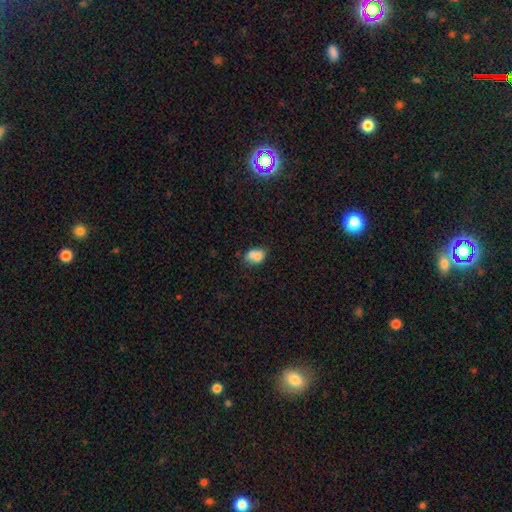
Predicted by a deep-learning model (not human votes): smooth_or_featured: smooth (p=0.71) [alt: featured or disk p=0.19]
how_rounded: in between (p=0.60) [alt: round p=0.38]
merging: merger (p=0.50) [alt: none p=0.32]